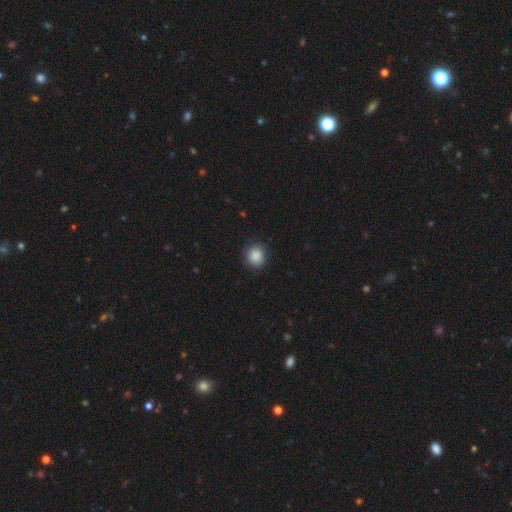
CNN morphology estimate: smooth-or-featured: smooth: 88% | star or artifact: 8% | featured or disk: 4%
  how-rounded: round: 82% | in between: 17% | cigar-shaped: 1%
  merging: none: 83% | minor disturbance: 13% | major disturbance: 3% | merger: 1%